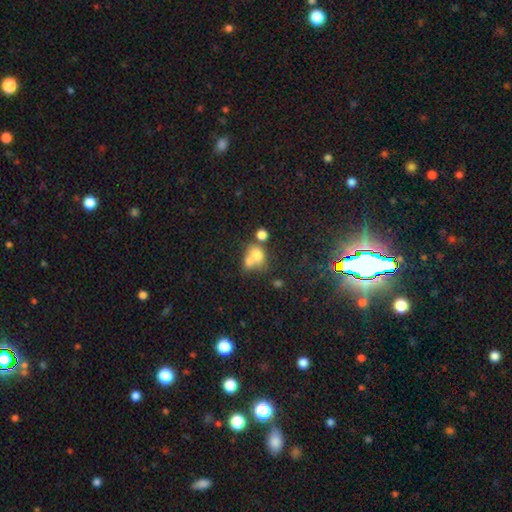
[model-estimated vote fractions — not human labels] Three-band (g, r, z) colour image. It shows a smooth galaxy with no disk features (71%) that is in between round and cigar-shaped (51%). Merging: merger (60%).